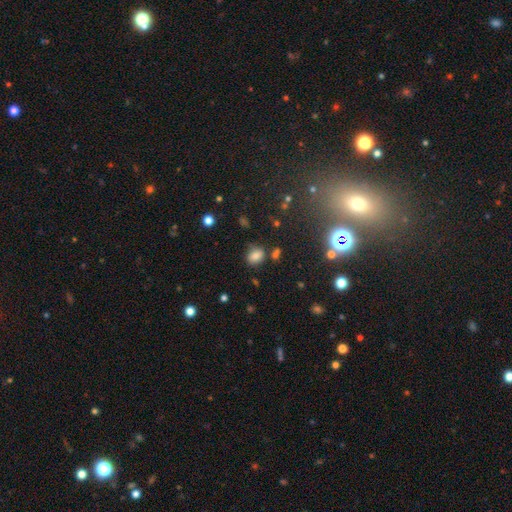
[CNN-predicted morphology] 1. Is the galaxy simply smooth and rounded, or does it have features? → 77% smooth, 15% star or artifact, 8% featured or disk.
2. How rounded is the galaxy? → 51% in between, 48% round, 1% cigar-shaped.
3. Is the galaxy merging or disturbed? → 72% none, 16% minor disturbance, 7% merger, 5% major disturbance.